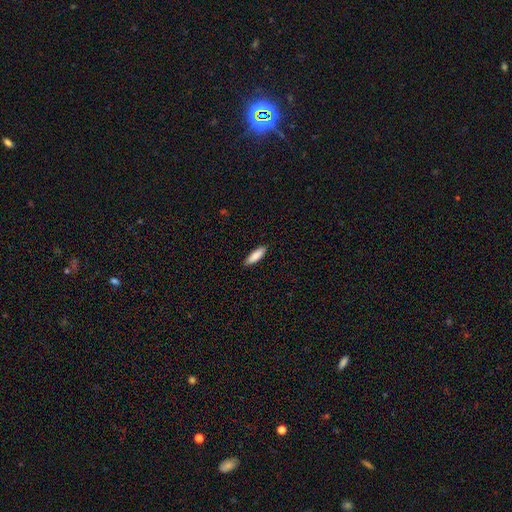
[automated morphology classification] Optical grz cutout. It shows a smooth galaxy with no disk features (86%) that is cigar-shaped (52%). Merging: none (88%).